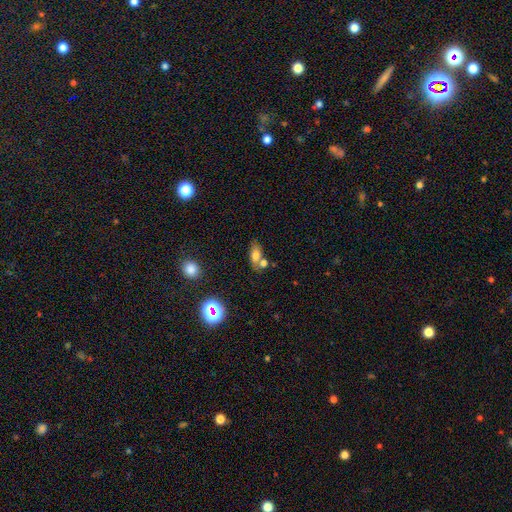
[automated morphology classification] Smooth or featured?
  - smooth: 67% *
  - featured or disk: 18%
  - star or artifact: 15%
How rounded?
  - in between: 77% *
  - round: 13%
  - cigar-shaped: 10%
Merging?
  - none: 52% *
  - merger: 30%
  - minor disturbance: 13%
  - major disturbance: 5%